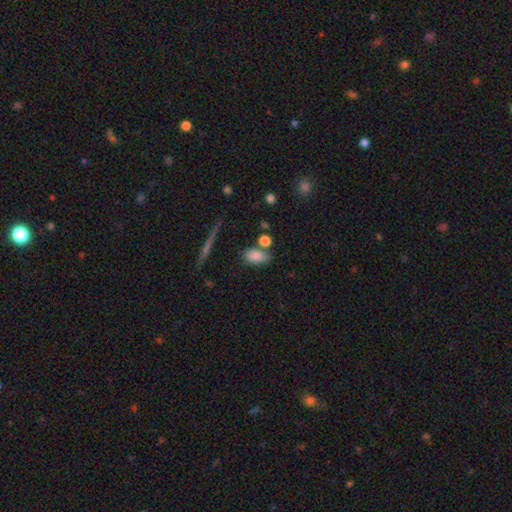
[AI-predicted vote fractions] Morphology: type=smooth (83%); roundness=in between (87%); merging=none (59%).